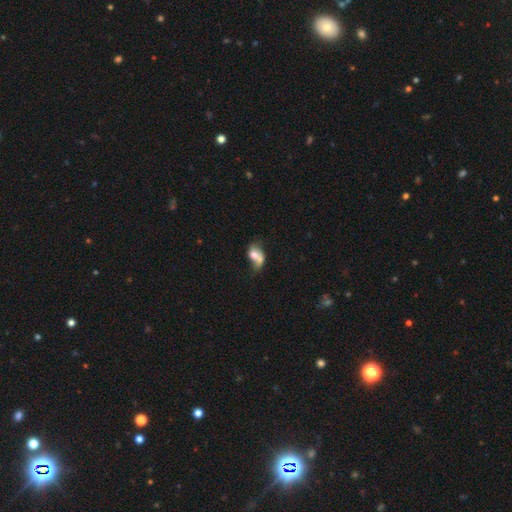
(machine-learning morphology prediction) A smooth galaxy with no disk features (61%) that is in between round and cigar-shaped (68%).

Vote fractions:
- Smooth or featured? smooth: 61% / featured or disk: 30% / star or artifact: 9%
- How rounded? in between: 68% / round: 30% / cigar-shaped: 2%
- Merging? merger: 61% / none: 16% / major disturbance: 13% / minor disturbance: 10%